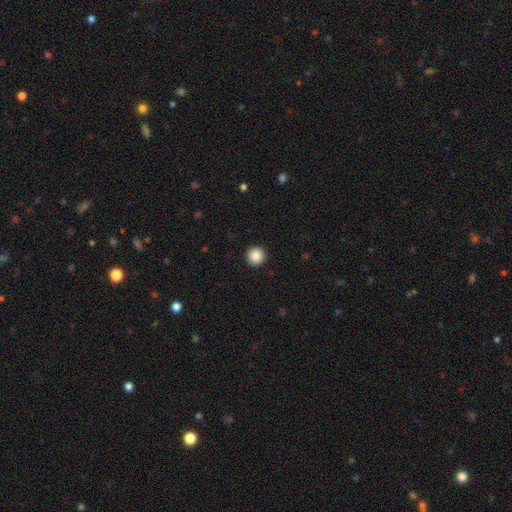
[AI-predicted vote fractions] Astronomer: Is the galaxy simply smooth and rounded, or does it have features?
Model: smooth — 86%.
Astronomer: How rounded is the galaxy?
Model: round — 96%.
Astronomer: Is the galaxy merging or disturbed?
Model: none — 94%.